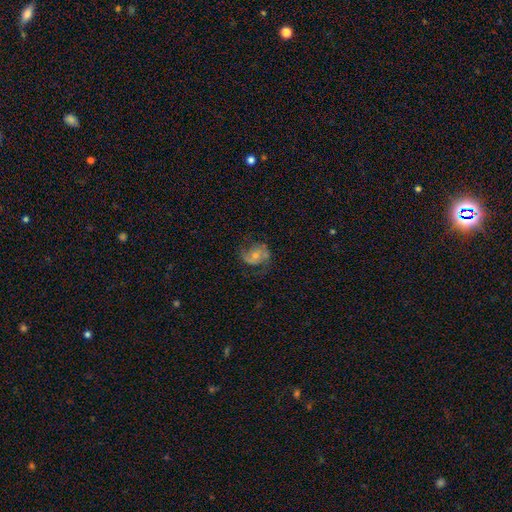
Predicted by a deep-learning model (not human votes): smooth-or-featured: featured or disk: 69% | smooth: 24% | star or artifact: 8%
  disk-edge-on: no: 98% | yes: 2%
    bar: no: 69% | weak: 26% | strong: 5%
    has-spiral-arms: yes: 88% | no: 12%
      spiral-winding: medium: 47% | loose: 32% | tight: 21%
      spiral-arm-count: 2: 78% | can't tell: 9% | 1: 8% | 3: 3% | 4: 1% | more than 4: 1%
    bulge-size: moderate: 47% | small: 42% | none: 5% | large: 4% | dominant: 1%
  merging: none: 57% | minor disturbance: 22% | major disturbance: 19% | merger: 2%